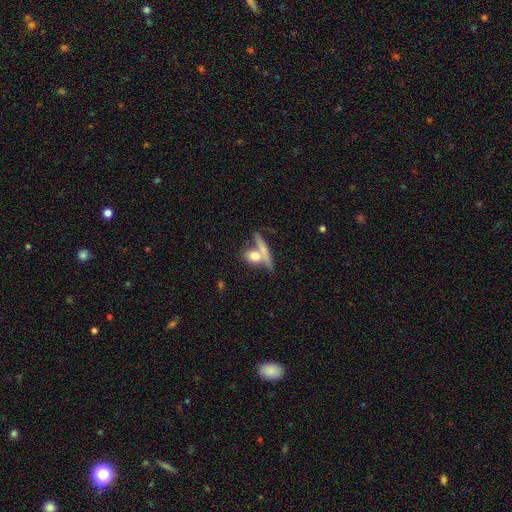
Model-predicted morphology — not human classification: type=smooth (69%); roundness=in between (36%, tied with round); merging=none (43%).